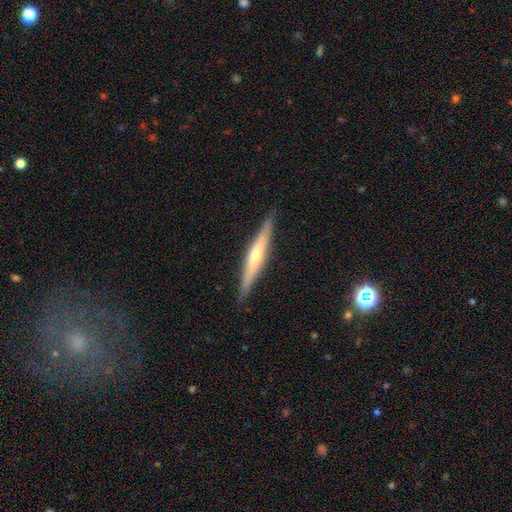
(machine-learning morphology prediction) Smooth or featured?
  - featured or disk: 63% *
  - smooth: 32%
  - star or artifact: 6%
Edge-on disk?
  - yes: 96% *
  - no: 4%
Edge-on bulge?
  - rounded: 78% *
  - none: 16%
  - boxy: 6%
Merging?
  - none: 89% *
  - minor disturbance: 8%
  - major disturbance: 2%
  - merger: 1%